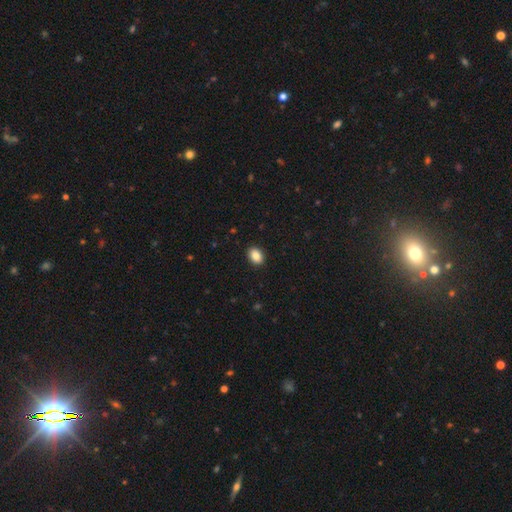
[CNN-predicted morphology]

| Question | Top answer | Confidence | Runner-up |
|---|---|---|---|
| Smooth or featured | smooth | 87% | star or artifact (8%) |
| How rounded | in between | 77% | round (22%) |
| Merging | none | 91% | minor disturbance (6%) |